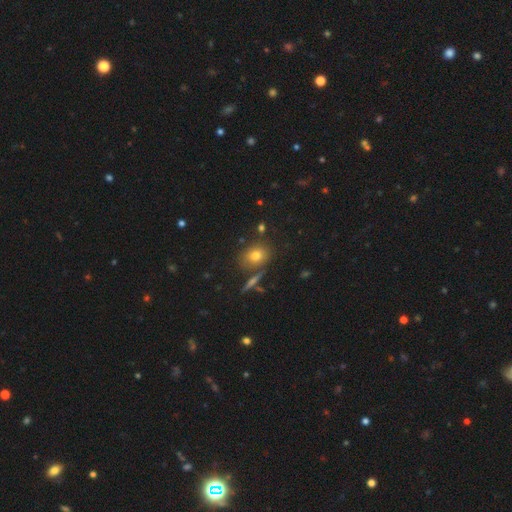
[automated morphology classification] Smooth or featured? smooth (72%)
How rounded? round (54%)
Merging? none (74%)